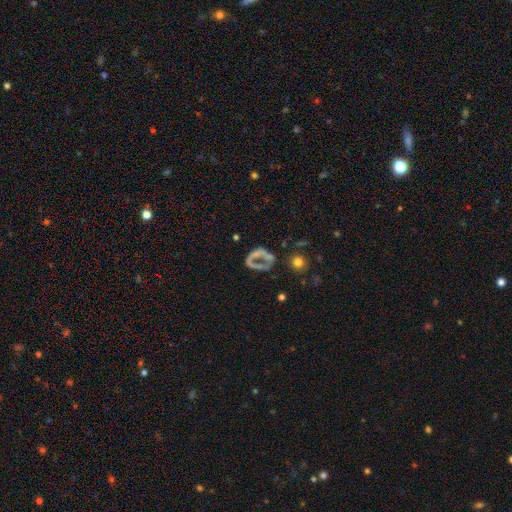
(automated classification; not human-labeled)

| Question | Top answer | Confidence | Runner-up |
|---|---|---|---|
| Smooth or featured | featured or disk | 50% | smooth (32%) |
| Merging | none | 38% | major disturbance (36%) |